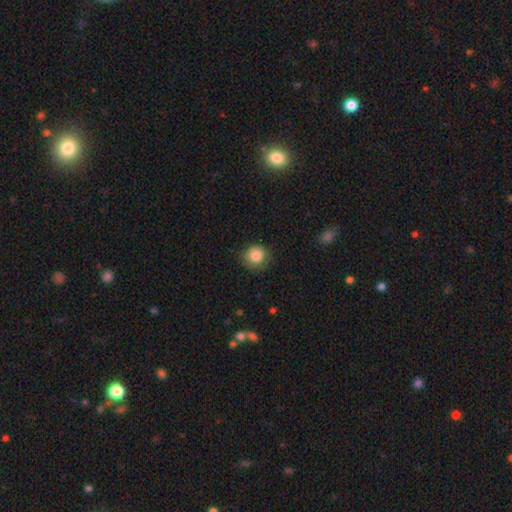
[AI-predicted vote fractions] Smooth or featured? smooth (85%)
How rounded? round (90%)
Merging? none (82%)